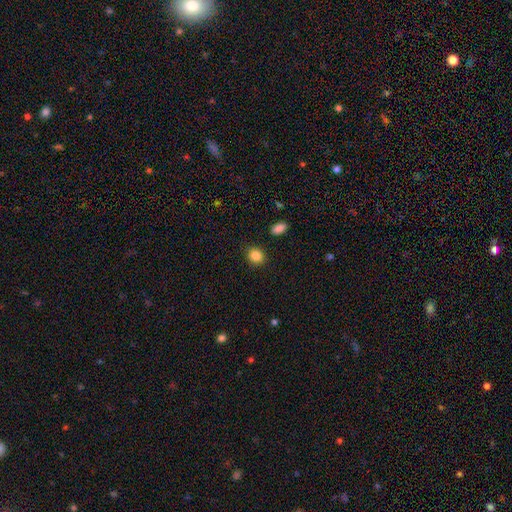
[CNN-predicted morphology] A smooth galaxy with no disk features (86%) that is round (75%). Merging: none (89%).